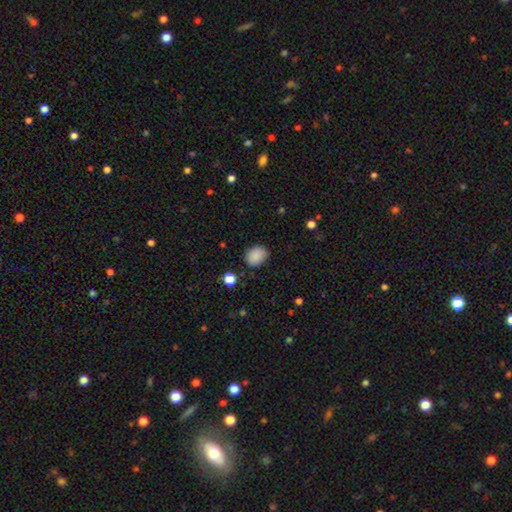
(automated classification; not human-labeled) smooth 88%, star or artifact 9%, featured or disk 4%. Down the decision tree: how rounded — in between (53%); merging — none (82%).